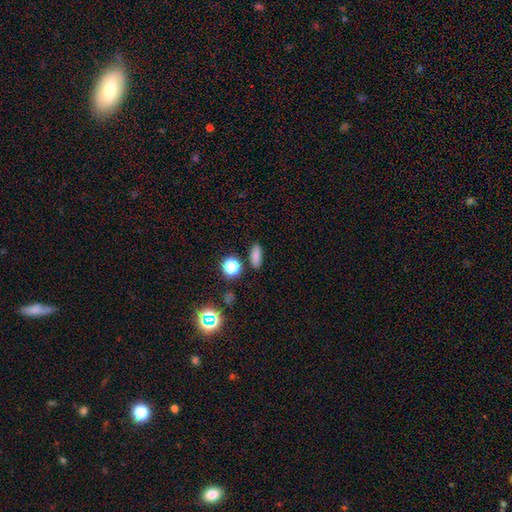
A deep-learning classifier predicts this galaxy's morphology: smooth_or_featured: smooth (p=0.80) [alt: star or artifact p=0.15]
how_rounded: in between (p=0.67) [alt: cigar-shaped p=0.22]
merging: none (p=0.86) [alt: minor disturbance p=0.08]